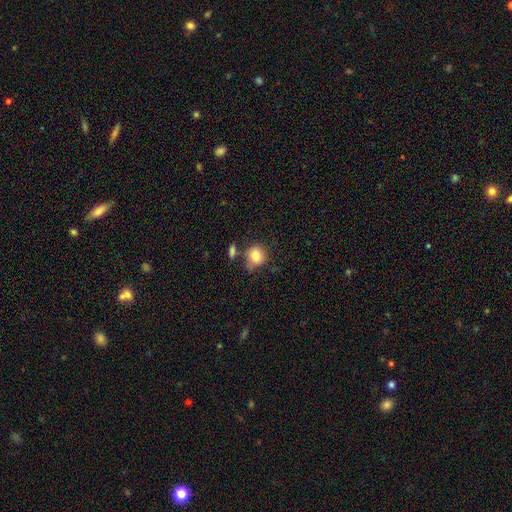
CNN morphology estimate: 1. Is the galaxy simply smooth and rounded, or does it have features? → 82% smooth, 9% star or artifact, 9% featured or disk.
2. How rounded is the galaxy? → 76% round, 22% in between, 1% cigar-shaped.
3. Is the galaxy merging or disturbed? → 64% none, 19% minor disturbance, 12% merger, 5% major disturbance.